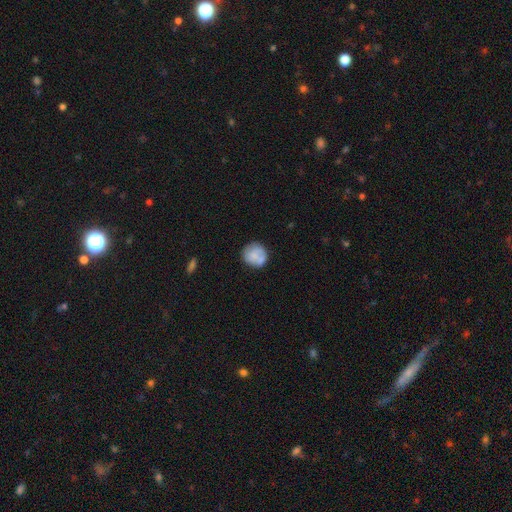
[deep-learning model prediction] Smooth or featured? Predicted: smooth (p=0.69). How rounded? Predicted: round (p=0.88). Merging? Predicted: none (p=0.66).